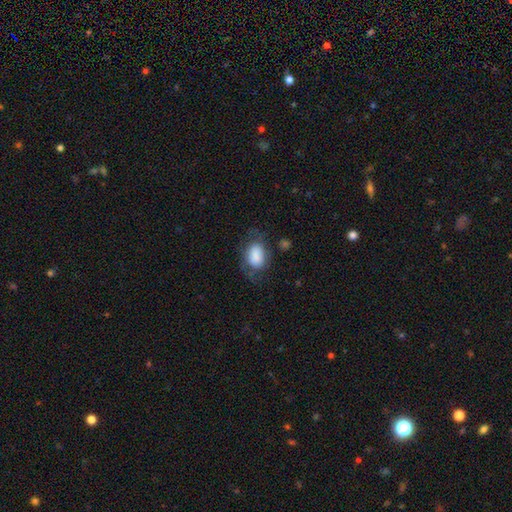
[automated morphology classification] This is clearly a smooth galaxy (80%). How rounded: clearly in between (81%). Merging: possibly none (55%).